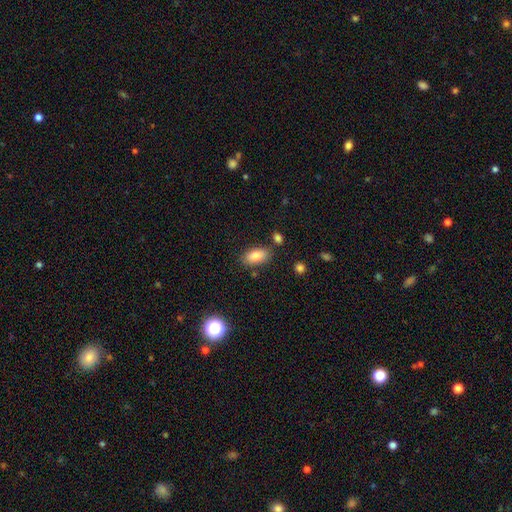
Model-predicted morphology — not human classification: type=smooth (84%); roundness=in between (90%); merging=none (80%).